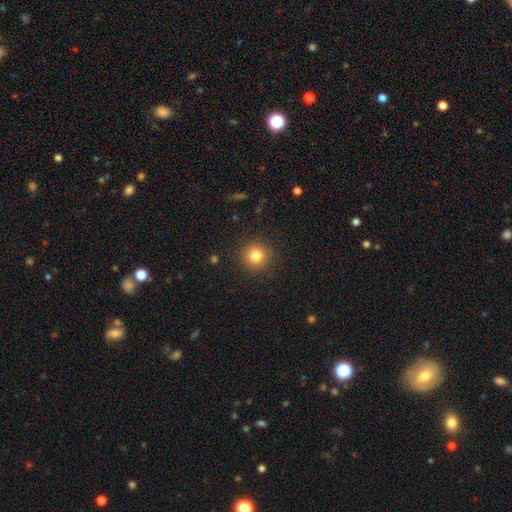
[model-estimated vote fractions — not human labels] Q: Smooth or featured?
A: smooth (82%); runner-up: star or artifact (11%)
Q: How rounded?
A: round (93%); runner-up: in between (6%)
Q: Merging?
A: none (89%); runner-up: minor disturbance (7%)